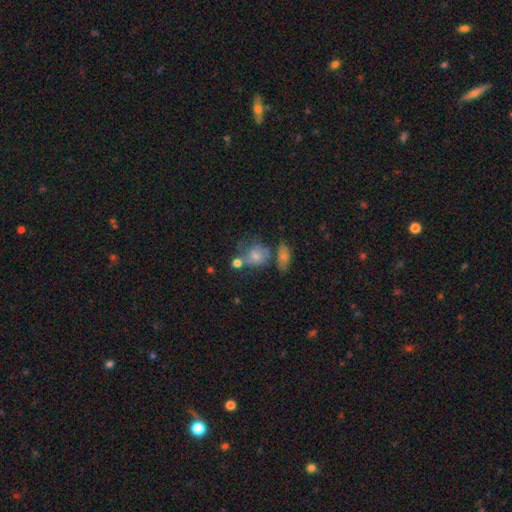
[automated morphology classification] Smooth or featured? smooth (47%)
Merging? none (41%)